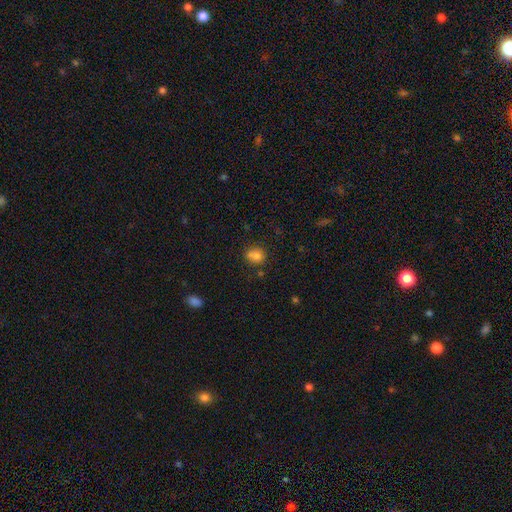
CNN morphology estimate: This is clearly a smooth galaxy (81%). How rounded: possibly round (51%). Merging: likely none (67%).